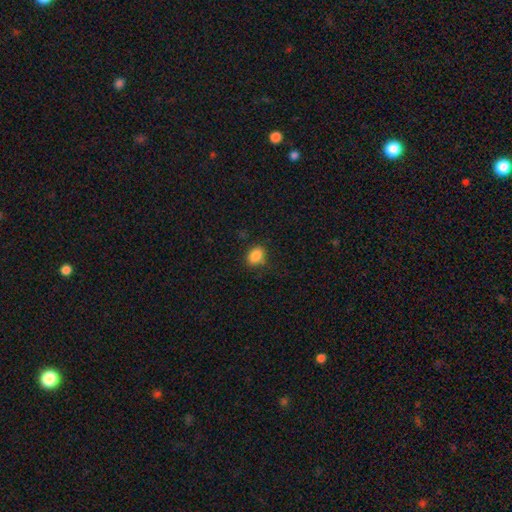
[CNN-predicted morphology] This appears to be a smooth galaxy with no disk features (86%) that is in between round and cigar-shaped (63%). Merging: none (79%).